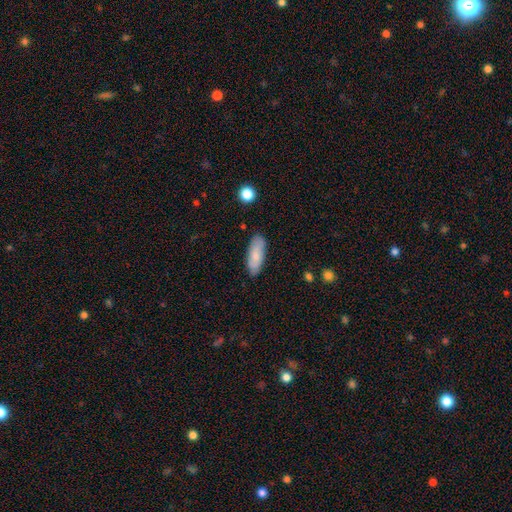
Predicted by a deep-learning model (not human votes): Overall: smooth (79%). How rounded: in between (74%). Merging: none (84%).